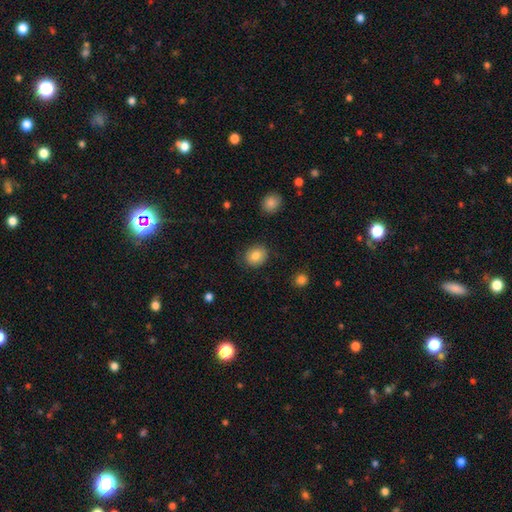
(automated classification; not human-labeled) Smooth or featured?
  - smooth: 83% *
  - star or artifact: 9%
  - featured or disk: 8%
How rounded?
  - round: 57% *
  - in between: 42%
  - cigar-shaped: 1%
Merging?
  - none: 83% *
  - minor disturbance: 12%
  - major disturbance: 3%
  - merger: 2%